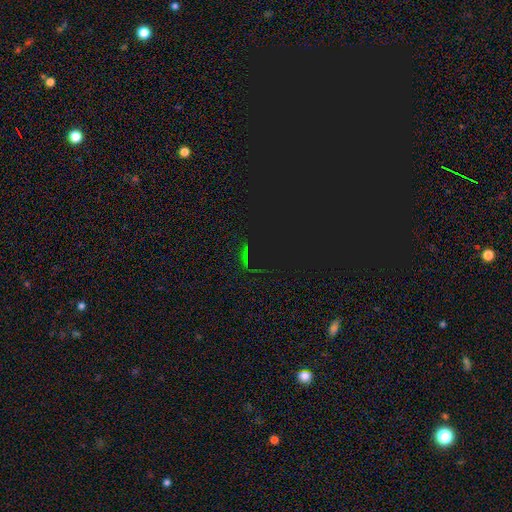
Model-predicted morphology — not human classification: Smooth or featured?
  - star or artifact: 72% *
  - smooth: 16%
  - featured or disk: 13%